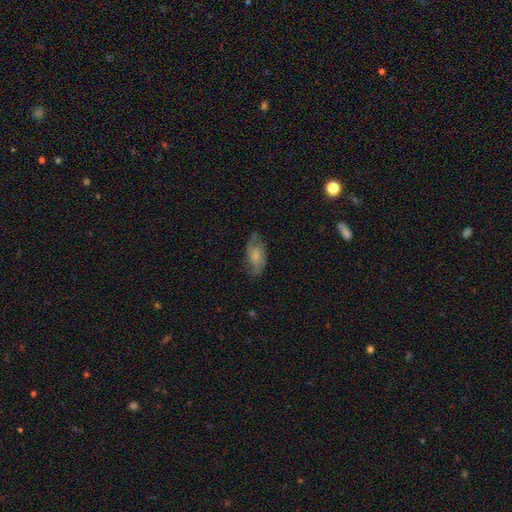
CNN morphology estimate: Smooth or featured? featured or disk (59%)
Edge-on disk? no (94%)
Bar? no (63%)
Spiral arms? yes (87%)
Bulge size? small (48%)
Merging? none (66%)